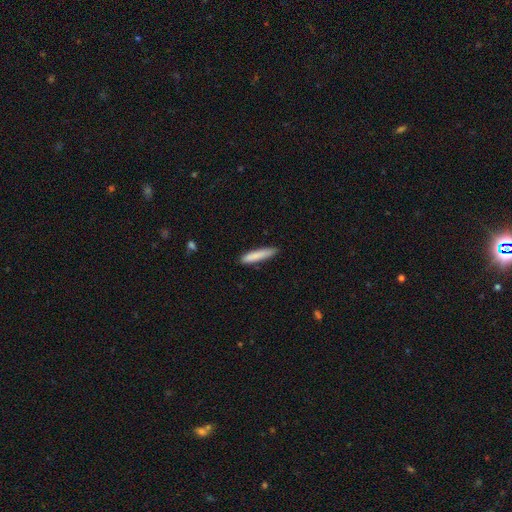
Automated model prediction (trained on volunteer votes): Smooth or featured: smooth — 84% (featured or disk — 10%)
How rounded: cigar-shaped — 88% (in between — 11%)
Merging: none — 81% (minor disturbance — 15%)